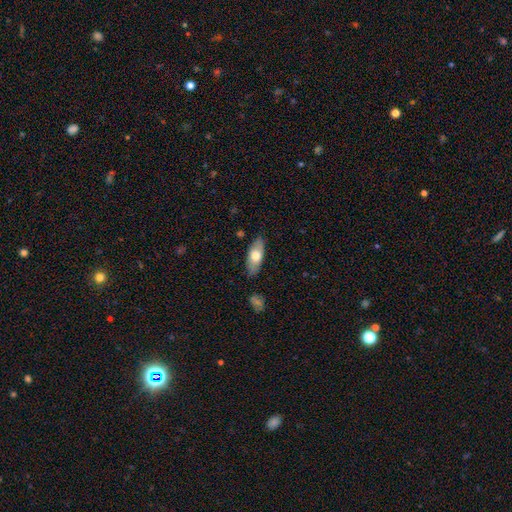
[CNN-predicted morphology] Q: Smooth or featured?
A: smooth (66%); runner-up: featured or disk (28%)
Q: How rounded?
A: in between (78%); runner-up: cigar-shaped (19%)
Q: Merging?
A: none (84%); runner-up: minor disturbance (12%)